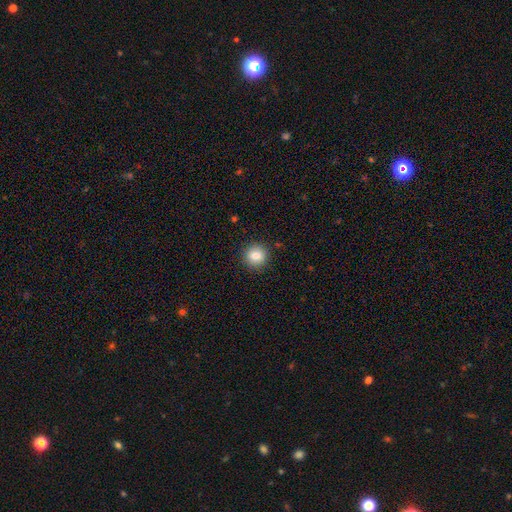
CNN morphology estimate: The model was most divided on "smooth or featured": smooth: 83%, star or artifact: 10%, featured or disk: 8%. More confident: merging — none (90%); how rounded — round (90%).